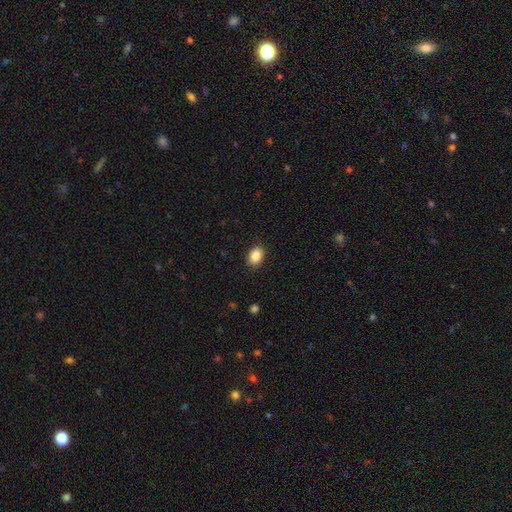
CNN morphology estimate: Smooth or featured? Predicted: smooth (p=0.89). How rounded? Predicted: in between (p=0.82). Merging? Predicted: none (p=0.89).